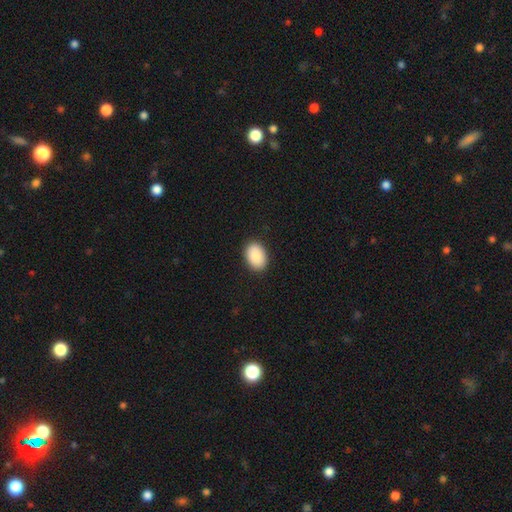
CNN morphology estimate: smooth-or-featured: smooth: 90% | star or artifact: 6% | featured or disk: 4%
  how-rounded: in between: 83% | round: 16% | cigar-shaped: 1%
  merging: none: 90% | minor disturbance: 7% | major disturbance: 2% | merger: 1%